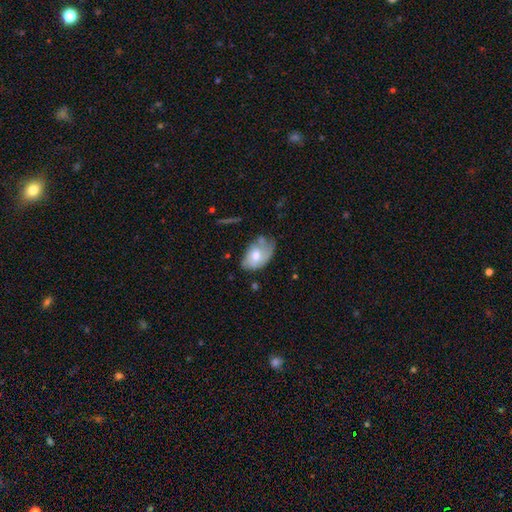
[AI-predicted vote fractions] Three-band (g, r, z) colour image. It shows a smooth galaxy with no disk features (58%) that is in between round and cigar-shaped (85%). Merging: none (39%).